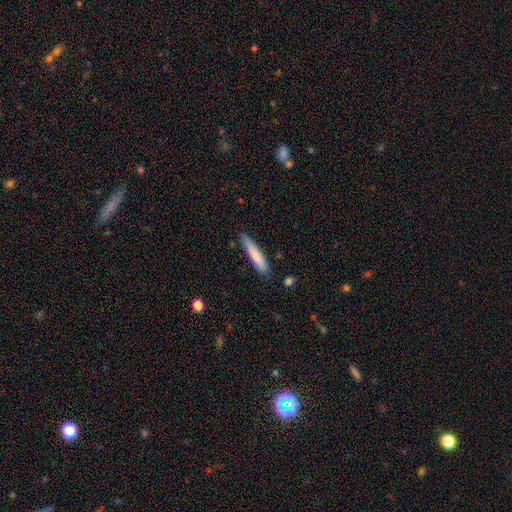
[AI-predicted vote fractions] A smooth galaxy with no disk features (76%) that is cigar-shaped (88%).

Vote fractions:
- Smooth or featured? smooth: 76% / featured or disk: 18% / star or artifact: 6%
- How rounded? cigar-shaped: 88% / in between: 11% / round: 1%
- Merging? none: 81% / minor disturbance: 14% / major disturbance: 2% / merger: 2%